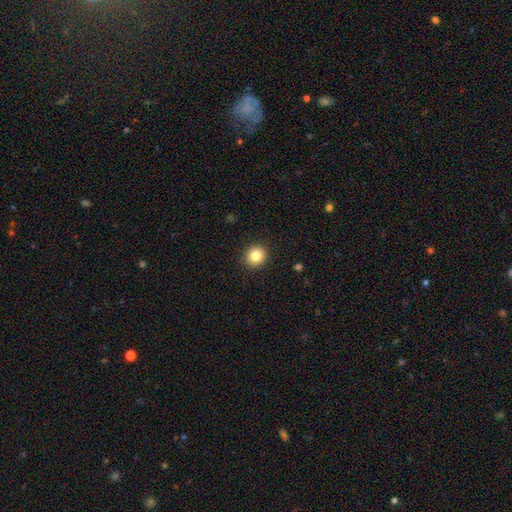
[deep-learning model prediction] A smooth galaxy with no disk features (83%) that is round (88%). Merging: none (92%).